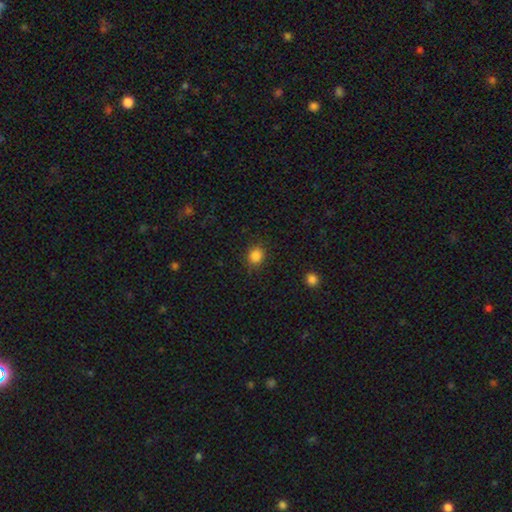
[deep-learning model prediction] Smooth or featured? smooth (85%)
How rounded? round (73%)
Merging? none (87%)